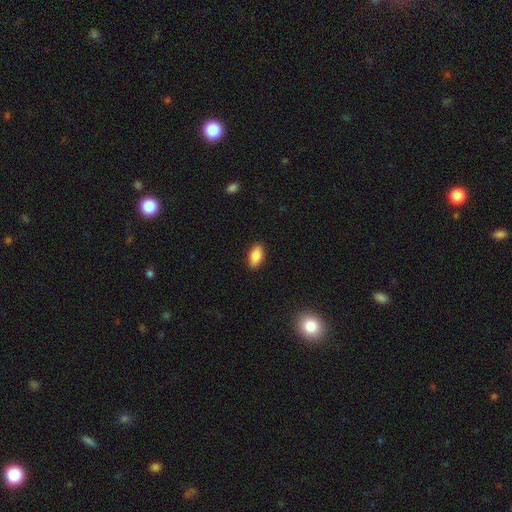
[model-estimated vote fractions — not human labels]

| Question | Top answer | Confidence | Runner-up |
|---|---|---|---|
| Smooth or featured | smooth | 85% | featured or disk (8%) |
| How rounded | in between | 92% | cigar-shaped (4%) |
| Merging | none | 89% | minor disturbance (8%) |